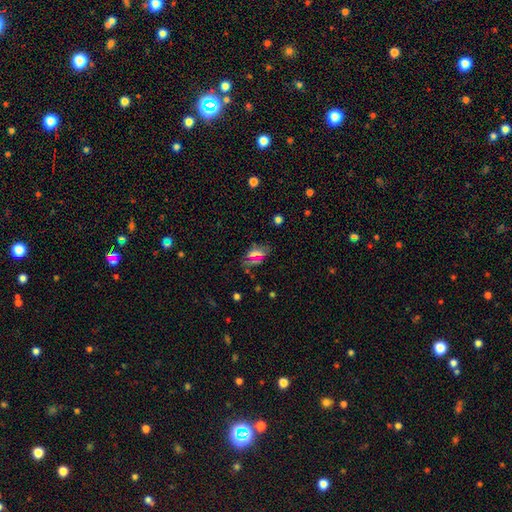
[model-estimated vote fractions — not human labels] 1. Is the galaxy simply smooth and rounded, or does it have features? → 57% smooth, 26% star or artifact, 17% featured or disk.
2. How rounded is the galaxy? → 79% in between, 11% cigar-shaped, 10% round.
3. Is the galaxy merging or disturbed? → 77% none, 15% minor disturbance, 6% major disturbance, 3% merger.